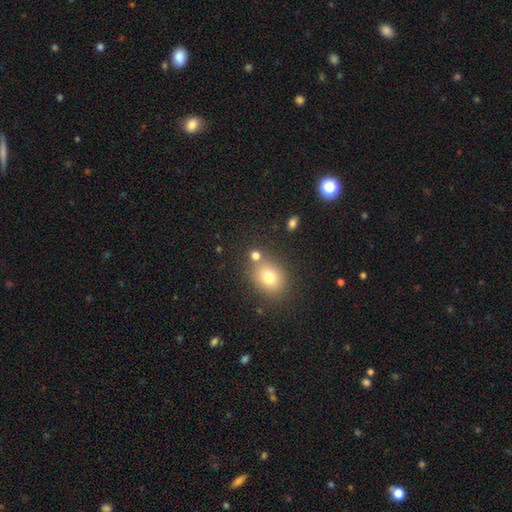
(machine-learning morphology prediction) A smooth galaxy with no disk features (76%) that is round (69%). Merging: none (65%).